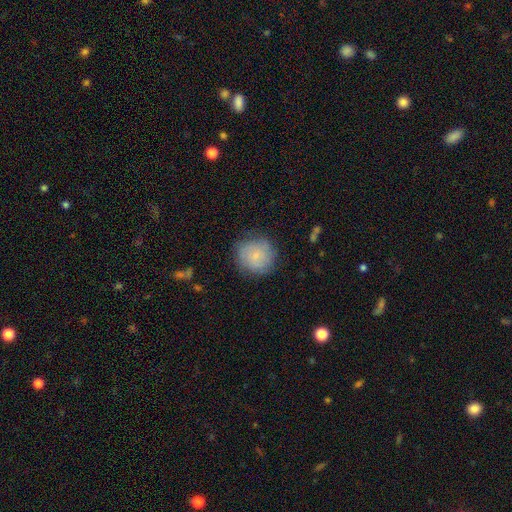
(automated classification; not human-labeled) A smooth galaxy with no disk features (71%) that is round (89%).

Vote fractions:
- Smooth or featured? smooth: 71% / featured or disk: 21% / star or artifact: 8%
- How rounded? round: 89% / in between: 10% / cigar-shaped: 1%
- Merging? none: 74% / minor disturbance: 19% / major disturbance: 6% / merger: 1%